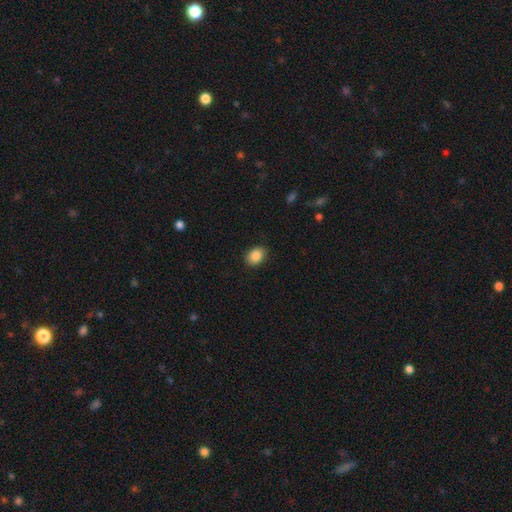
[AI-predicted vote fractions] This appears to be a smooth galaxy with no disk features (88%) that is in between round and cigar-shaped (61%). Merging: none (86%).